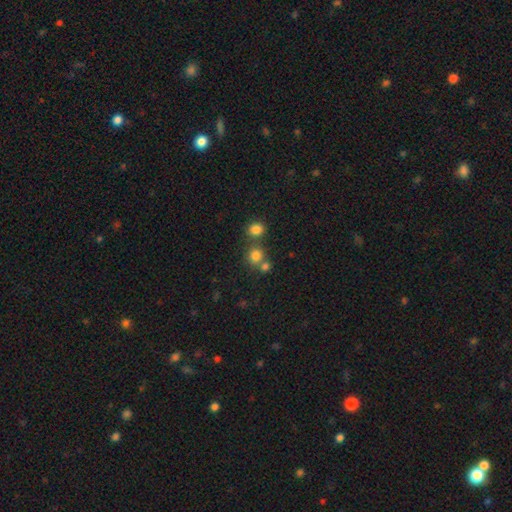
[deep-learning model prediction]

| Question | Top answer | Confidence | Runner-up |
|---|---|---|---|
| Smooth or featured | smooth | 77% | star or artifact (15%) |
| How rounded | round | 87% | in between (13%) |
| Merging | none | 58% | merger (31%) |